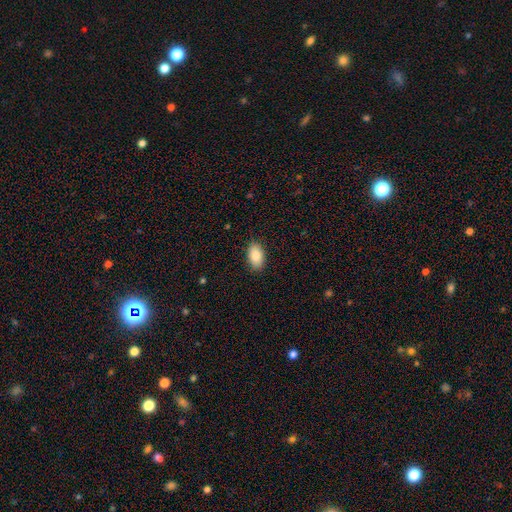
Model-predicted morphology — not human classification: Smooth or featured?
  - smooth: 88% *
  - star or artifact: 7%
  - featured or disk: 5%
How rounded?
  - in between: 93% *
  - round: 5%
  - cigar-shaped: 2%
Merging?
  - none: 87% *
  - minor disturbance: 9%
  - major disturbance: 2%
  - merger: 1%